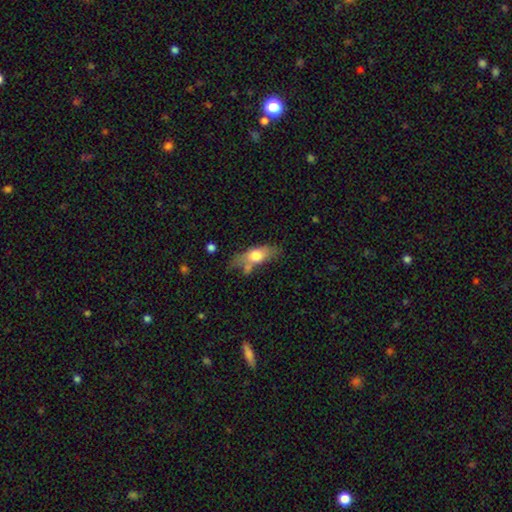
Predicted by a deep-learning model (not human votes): Smooth or featured? smooth (66%)
How rounded? in between (74%)
Merging? none (41%)